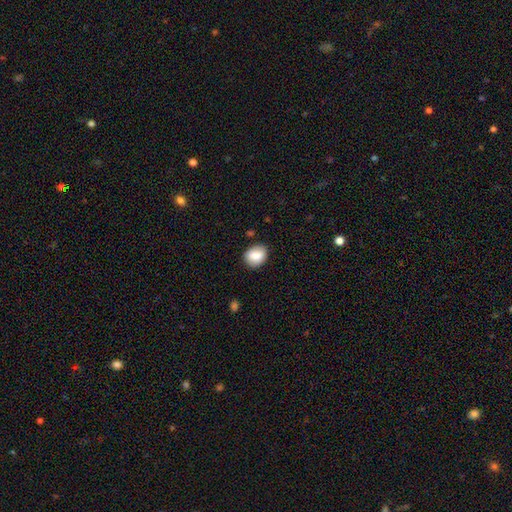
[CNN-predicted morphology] A smooth galaxy with no disk features (83%) that is in between round and cigar-shaped (54%).

Vote fractions:
- Smooth or featured? smooth: 83% / featured or disk: 9% / star or artifact: 8%
- How rounded? in between: 54% / round: 45% / cigar-shaped: 1%
- Merging? none: 83% / minor disturbance: 12% / major disturbance: 3% / merger: 2%